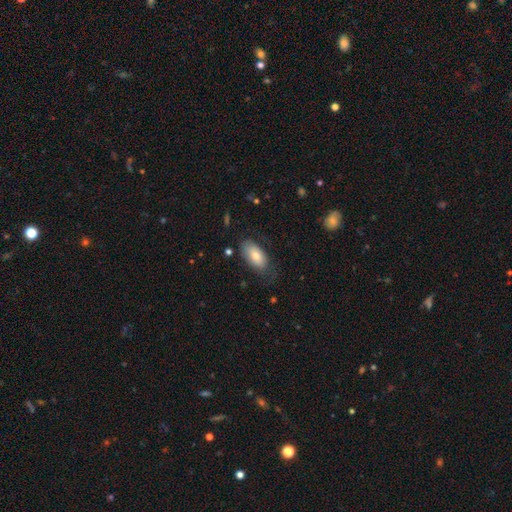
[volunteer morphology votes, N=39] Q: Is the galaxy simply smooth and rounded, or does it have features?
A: smooth — 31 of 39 (79%).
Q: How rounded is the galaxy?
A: in between — 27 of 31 (87%).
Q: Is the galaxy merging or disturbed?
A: none — 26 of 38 (68%).